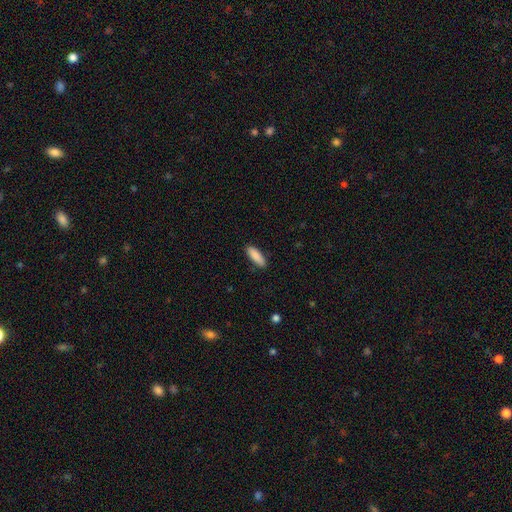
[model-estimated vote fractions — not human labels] This appears to be a smooth galaxy with no disk features (89%) that is in between round and cigar-shaped (52%). Merging: none (87%).